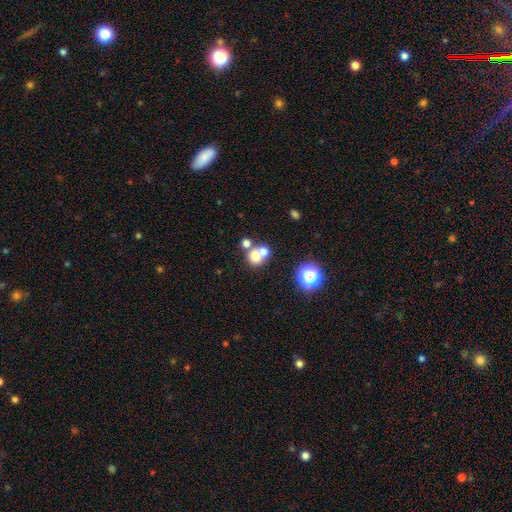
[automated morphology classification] A smooth galaxy with no disk features (67%) that is round (78%).

Vote fractions:
- Smooth or featured? smooth: 67% / star or artifact: 17% / featured or disk: 15%
- How rounded? round: 78% / in between: 21% / cigar-shaped: 1%
- Merging? merger: 48% / none: 41% / minor disturbance: 7% / major disturbance: 4%